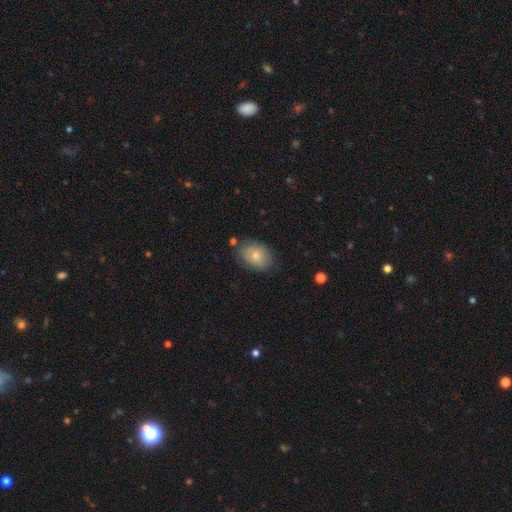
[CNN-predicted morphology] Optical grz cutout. It shows a smooth galaxy with no disk features (75%) that is in between round and cigar-shaped (75%). Merging: none (74%).